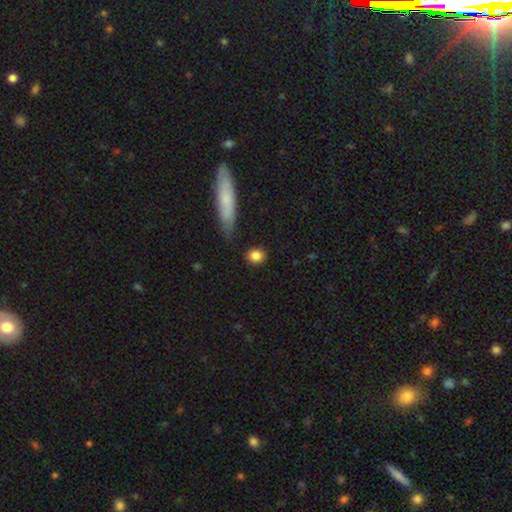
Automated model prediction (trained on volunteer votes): A smooth galaxy with no disk features (85%) that is round (78%). Merging: none (86%).